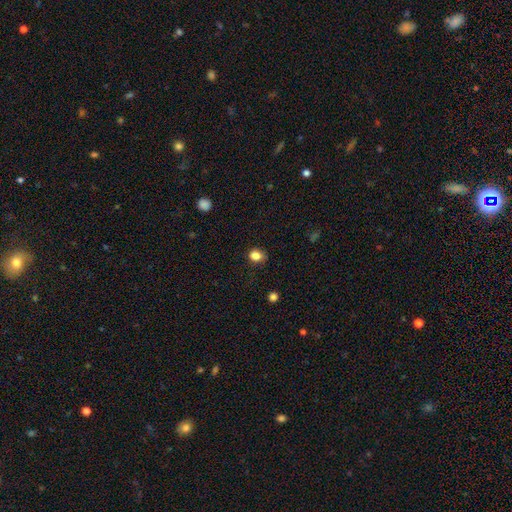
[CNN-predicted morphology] A smooth galaxy with no disk features (83%) that is round (64%). Merging: none (82%).